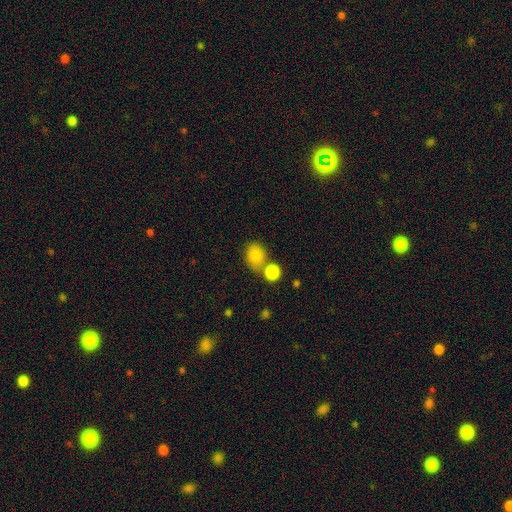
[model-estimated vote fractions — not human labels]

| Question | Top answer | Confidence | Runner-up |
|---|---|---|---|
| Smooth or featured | smooth | 84% | star or artifact (10%) |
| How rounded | round | 54% | in between (44%) |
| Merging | none | 54% | merger (30%) |